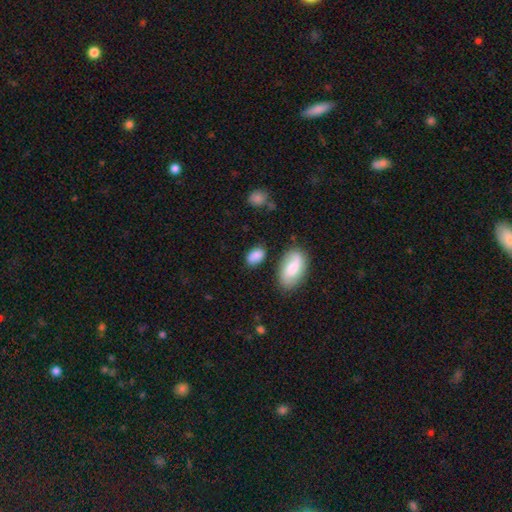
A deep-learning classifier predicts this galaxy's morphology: This is clearly a smooth galaxy (83%). How rounded: clearly in between (89%). Merging: likely none (71%).